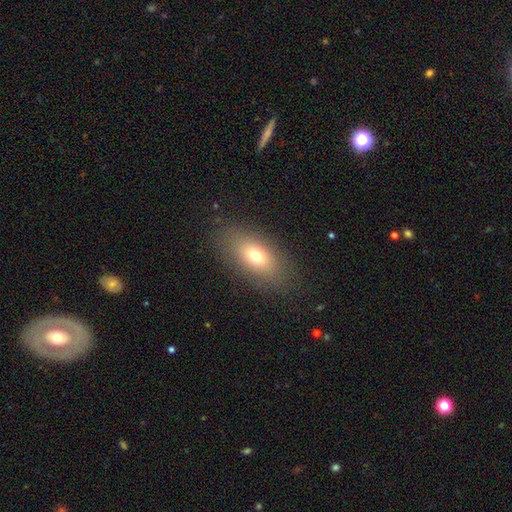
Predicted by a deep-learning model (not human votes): This appears to be a smooth galaxy with no disk features (71%) that is in between round and cigar-shaped (84%). Merging: none (84%).